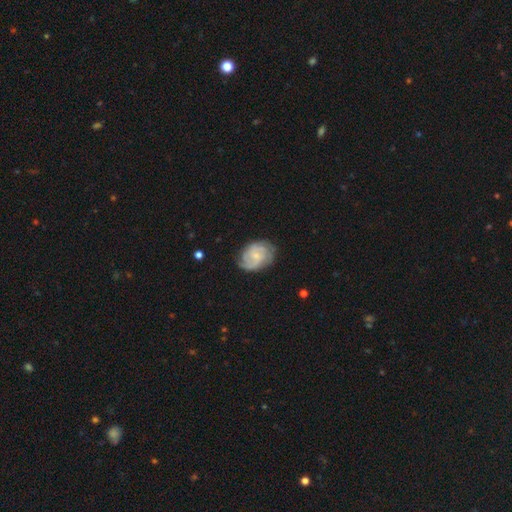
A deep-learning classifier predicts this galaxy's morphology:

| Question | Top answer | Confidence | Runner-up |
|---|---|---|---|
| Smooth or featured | featured or disk | 70% | smooth (24%) |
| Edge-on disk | no | 98% | yes (2%) |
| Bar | no | 62% | weak (34%) |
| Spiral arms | yes | 92% | no (8%) |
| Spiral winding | tight | 49% | medium (39%) |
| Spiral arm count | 2 | 33% | can't tell (31%) |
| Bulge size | small | 63% | moderate (24%) |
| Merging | none | 71% | minor disturbance (21%) |